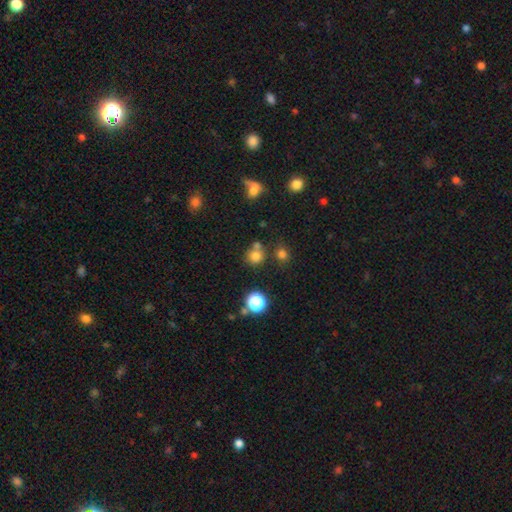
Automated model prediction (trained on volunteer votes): smooth-or-featured: smooth: 74% | star or artifact: 19% | featured or disk: 7%
  how-rounded: round: 87% | in between: 12% | cigar-shaped: 1%
  merging: none: 62% | merger: 23% | minor disturbance: 10% | major disturbance: 4%